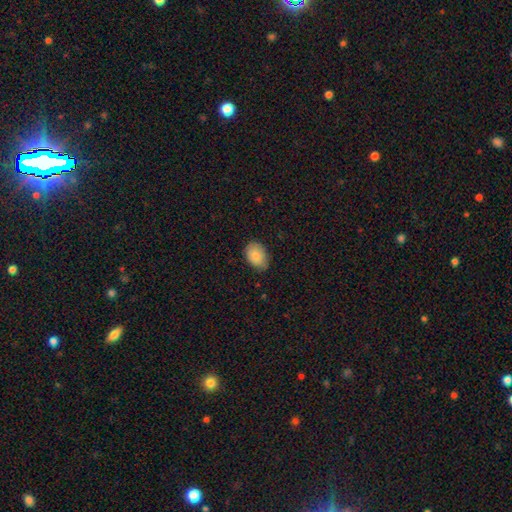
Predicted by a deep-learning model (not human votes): smooth-or-featured: smooth: 86% | star or artifact: 7% | featured or disk: 7%
  how-rounded: in between: 80% | round: 19% | cigar-shaped: 1%
  merging: none: 75% | minor disturbance: 21% | major disturbance: 3% | merger: 1%